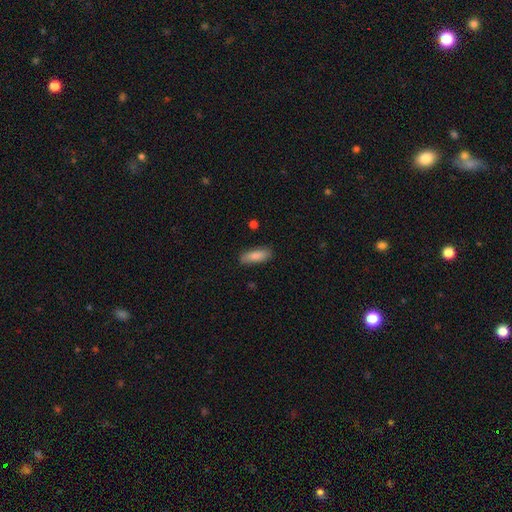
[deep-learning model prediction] Morphology: type=smooth (87%); roundness=in between (60%); merging=none (82%).